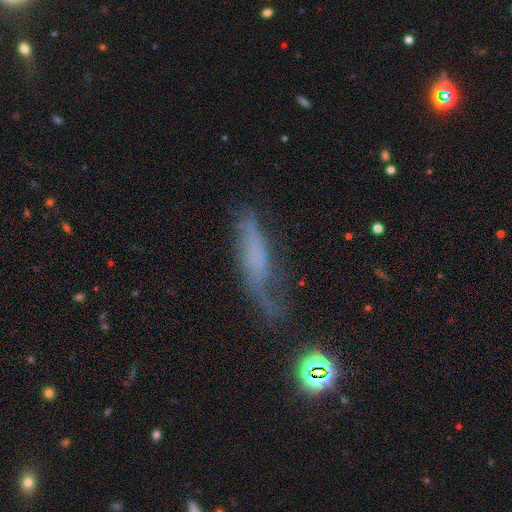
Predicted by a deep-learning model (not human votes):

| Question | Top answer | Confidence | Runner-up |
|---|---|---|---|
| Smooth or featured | featured or disk | 45% | smooth (39%) |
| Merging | none | 39% | minor disturbance (29%) |